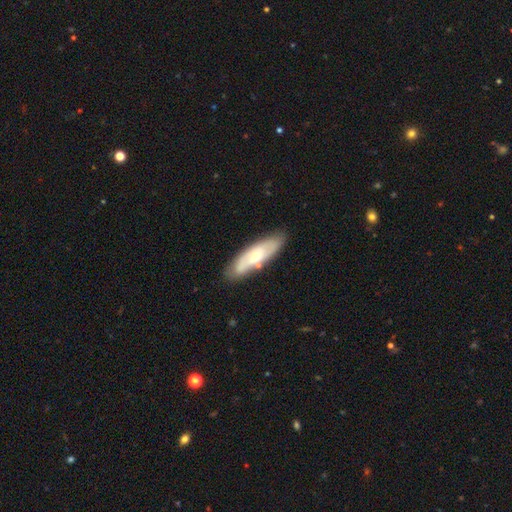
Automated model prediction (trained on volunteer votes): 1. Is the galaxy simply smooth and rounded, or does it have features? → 55% featured or disk, 39% smooth, 6% star or artifact.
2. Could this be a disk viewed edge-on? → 72% no, 28% yes.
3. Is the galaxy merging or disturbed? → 78% none, 15% minor disturbance, 4% merger, 3% major disturbance.